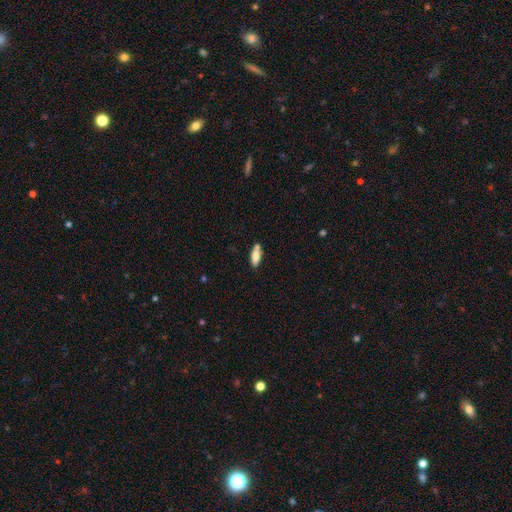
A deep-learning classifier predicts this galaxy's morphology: smooth 78%, featured or disk 15%, star or artifact 7%. Down the decision tree: how rounded — in between (71%); merging — none (64%).